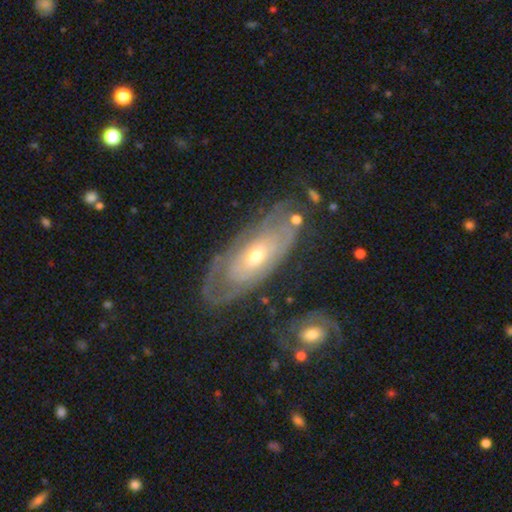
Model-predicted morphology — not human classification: Q: Smooth or featured?
A: featured or disk (76%); runner-up: smooth (17%)
Q: Edge-on disk?
A: no (87%); runner-up: yes (13%)
Q: Bar?
A: no (78%); runner-up: weak (17%)
Q: Spiral arms?
A: yes (69%); runner-up: no (31%)
Q: Bulge size?
A: moderate (57%); runner-up: small (37%)
Q: Merging?
A: none (70%); runner-up: minor disturbance (18%)